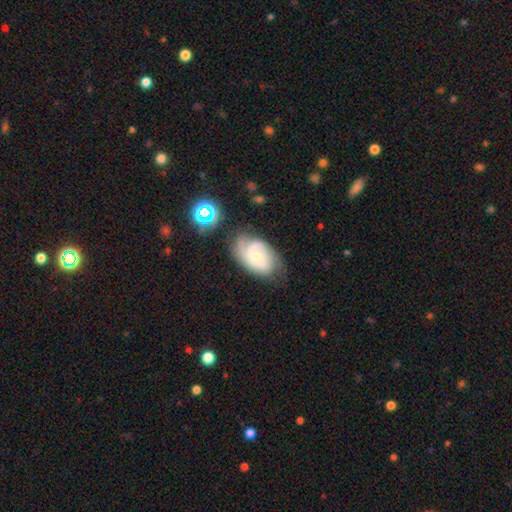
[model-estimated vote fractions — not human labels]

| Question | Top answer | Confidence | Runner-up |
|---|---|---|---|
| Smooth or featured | featured or disk | 79% | smooth (14%) |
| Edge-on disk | no | 97% | yes (3%) |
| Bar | no | 49% | weak (43%) |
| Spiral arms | yes | 95% | no (5%) |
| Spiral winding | tight | 48% | medium (41%) |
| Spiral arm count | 2 | 54% | can't tell (19%) |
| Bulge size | small | 55% | moderate (39%) |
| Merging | none | 61% | minor disturbance (25%) |